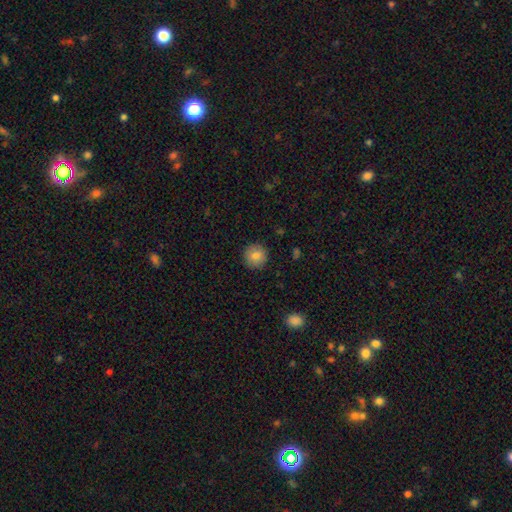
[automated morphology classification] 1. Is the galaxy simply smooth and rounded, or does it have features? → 83% smooth, 9% star or artifact, 8% featured or disk.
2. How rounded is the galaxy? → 95% round, 4% in between, 1% cigar-shaped.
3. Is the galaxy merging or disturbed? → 90% none, 7% minor disturbance, 2% major disturbance, 1% merger.